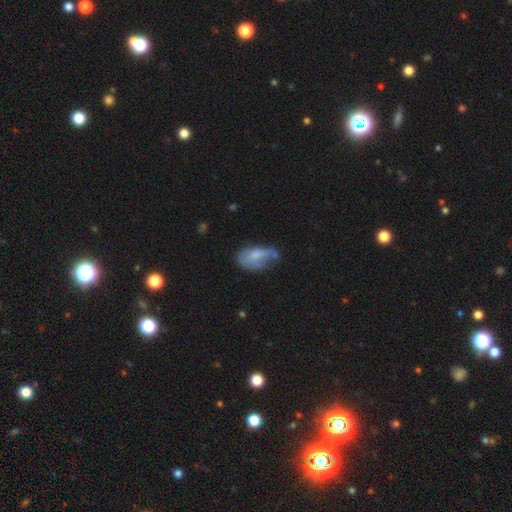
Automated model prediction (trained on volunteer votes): This is likely a smooth galaxy (64%). How rounded: clearly in between (90%). Merging: marginally minor disturbance (36%).